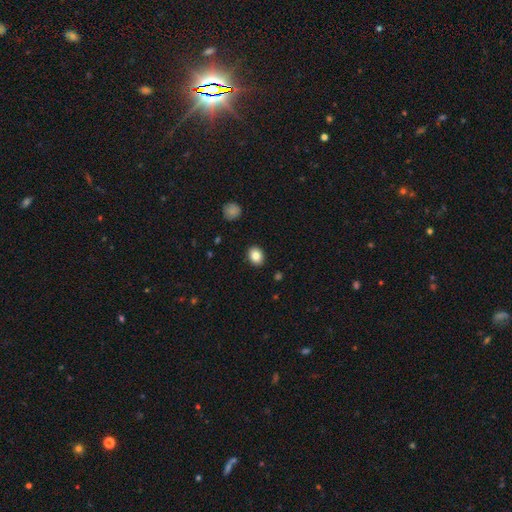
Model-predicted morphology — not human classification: Overall: smooth (84%). How rounded: in between (53%; round 46%). Merging: none (90%).